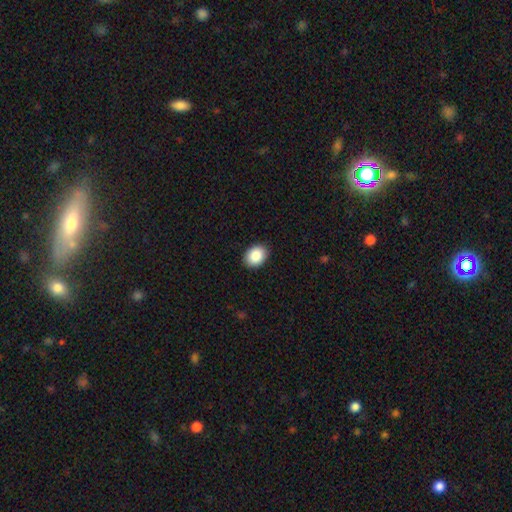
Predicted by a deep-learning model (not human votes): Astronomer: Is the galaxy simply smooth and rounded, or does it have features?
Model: smooth — 89%.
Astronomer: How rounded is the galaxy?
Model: in between — 67%.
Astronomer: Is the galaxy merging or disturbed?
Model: none — 90%.